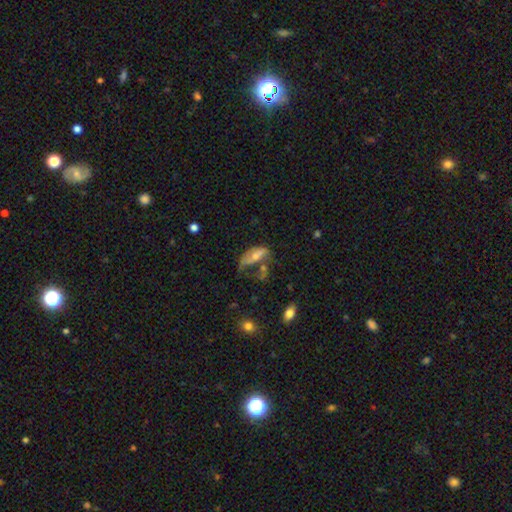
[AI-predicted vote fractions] Smooth or featured? Predicted: smooth (p=0.44, tied with featured or disk). Merging? Predicted: major disturbance (p=0.35).